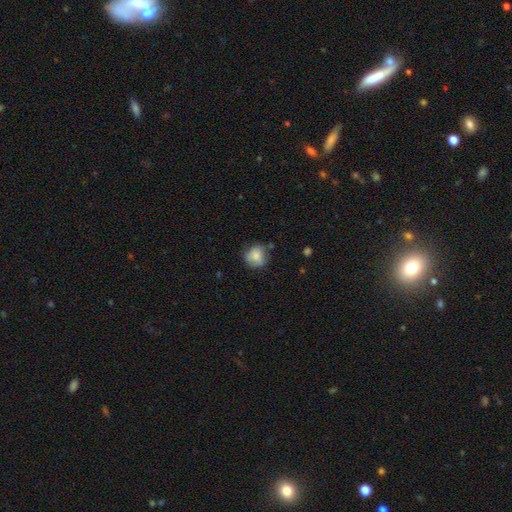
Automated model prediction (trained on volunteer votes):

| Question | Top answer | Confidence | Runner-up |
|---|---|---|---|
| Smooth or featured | smooth | 76% | featured or disk (16%) |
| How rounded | round | 78% | in between (21%) |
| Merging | none | 60% | minor disturbance (28%) |